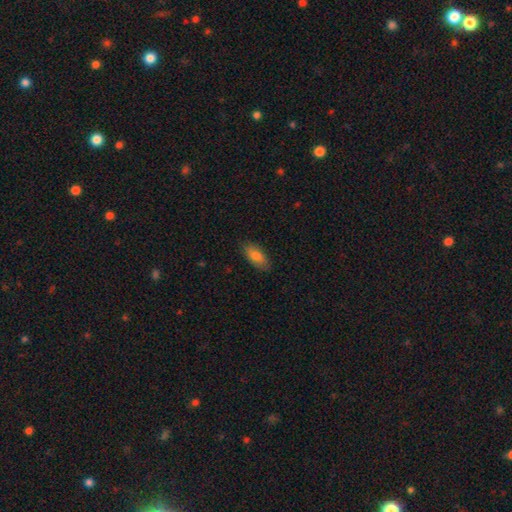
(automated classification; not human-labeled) Smooth or featured? Predicted: smooth (p=0.80). How rounded? Predicted: in between (p=0.90). Merging? Predicted: none (p=0.84).